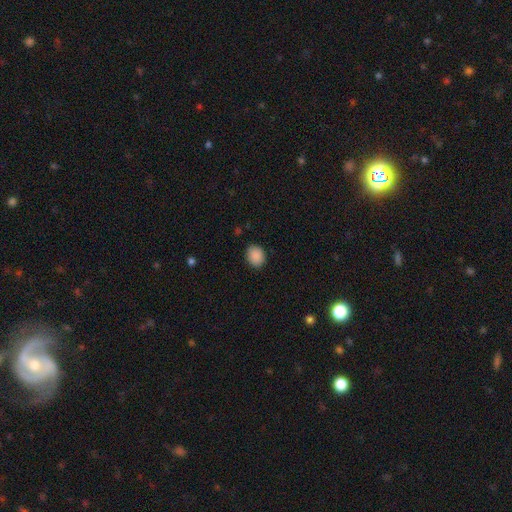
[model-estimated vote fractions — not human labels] This is clearly a smooth galaxy (89%). How rounded: possibly round (52%). Merging: clearly none (87%).